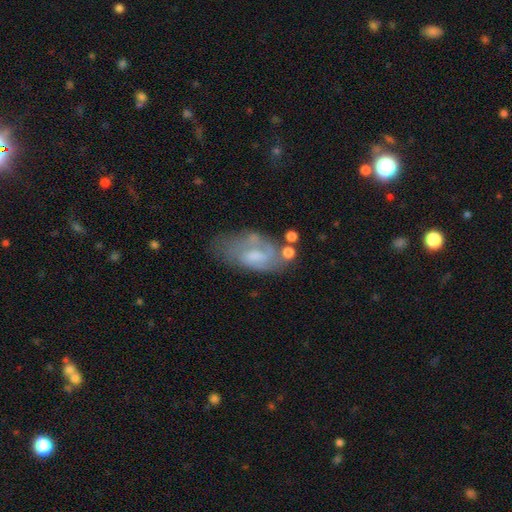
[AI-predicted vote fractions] This appears to be a featured or disk galaxy (56%) with no bar (49%), spiral arms (65%) and a moderate central bulge (37%). Merging: none (42%).